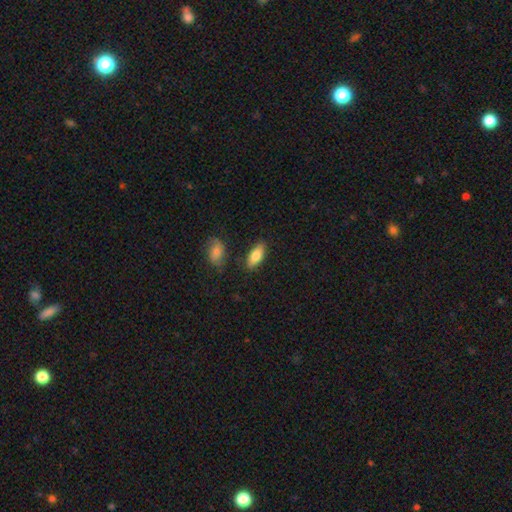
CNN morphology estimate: type=smooth (81%); roundness=in between (83%); merging=none (82%).